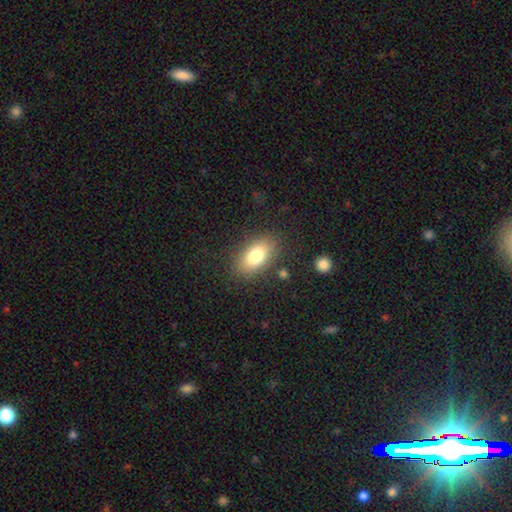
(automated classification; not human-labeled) Smooth or featured? smooth (78%)
How rounded? in between (89%)
Merging? none (83%)